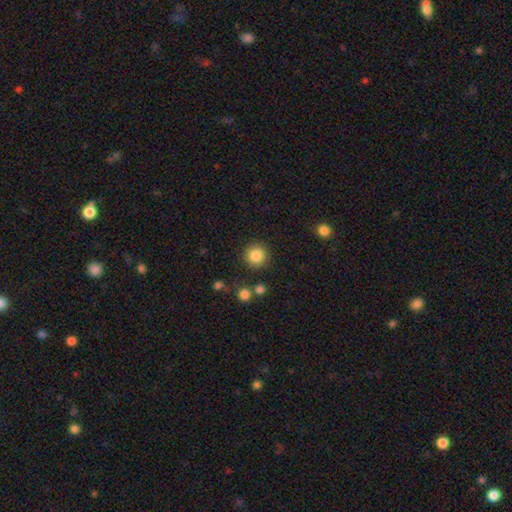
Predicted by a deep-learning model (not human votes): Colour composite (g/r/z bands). It shows a smooth galaxy with no disk features (86%) that is round (94%). Merging: none (88%).